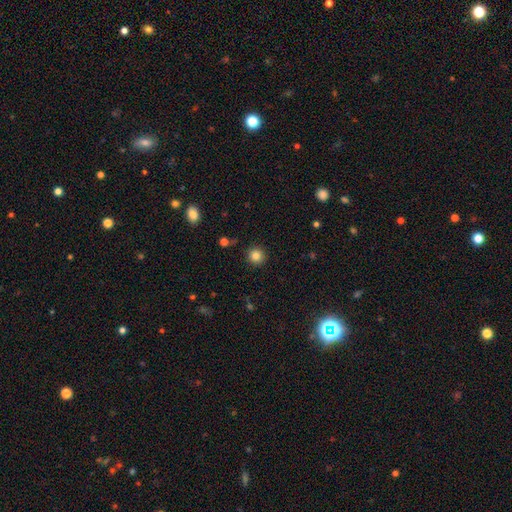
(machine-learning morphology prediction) This is clearly a smooth galaxy (83%). How rounded: clearly round (95%). Merging: clearly none (92%).